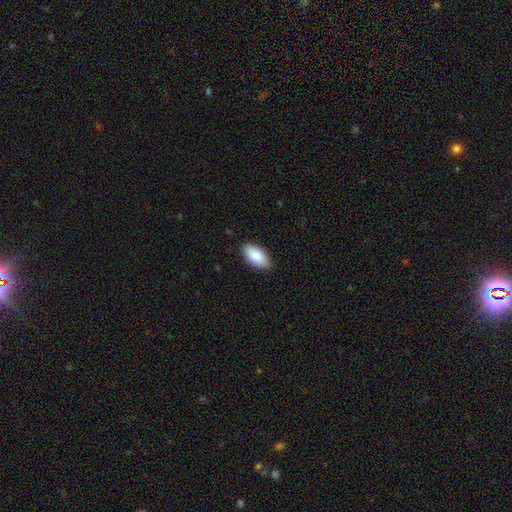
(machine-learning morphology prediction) This appears to be a smooth galaxy with no disk features (87%) that is in between round and cigar-shaped (94%). Merging: none (87%).